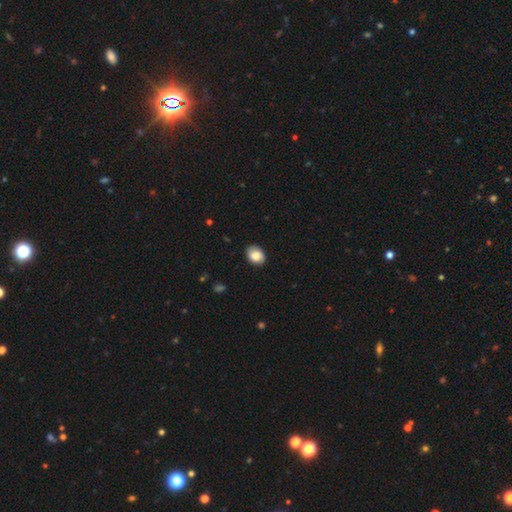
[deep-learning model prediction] A smooth galaxy with no disk features (83%) that is in between round and cigar-shaped (67%). Merging: none (85%).